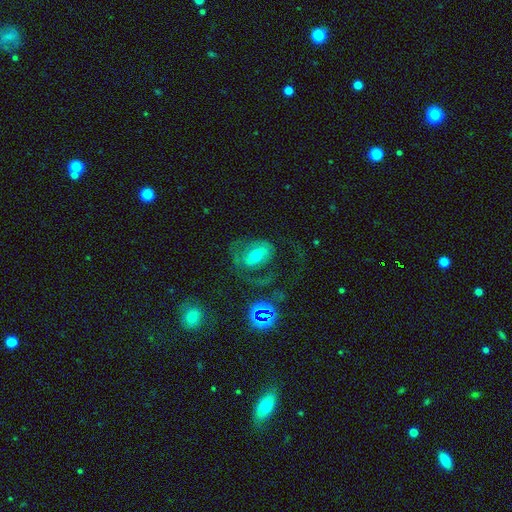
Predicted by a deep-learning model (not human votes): Smooth or featured?
  - featured or disk: 60% *
  - smooth: 28%
  - star or artifact: 12%
Edge-on disk?
  - no: 90% *
  - yes: 10%
Bar?
  - strong: 46% *
  - weak: 31%
  - no: 22%
Spiral arms?
  - yes: 60% *
  - no: 40%
Bulge size?
  - moderate: 54% *
  - small: 33%
  - large: 9%
  - none: 3%
  - dominant: 2%
Merging?
  - none: 46% *
  - major disturbance: 33%
  - minor disturbance: 17%
  - merger: 4%